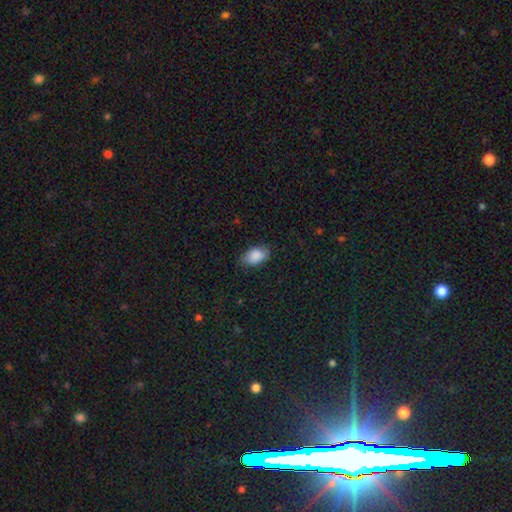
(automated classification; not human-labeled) Smooth or featured? Predicted: smooth (p=0.87). How rounded? Predicted: in between (p=0.91). Merging? Predicted: none (p=0.74).